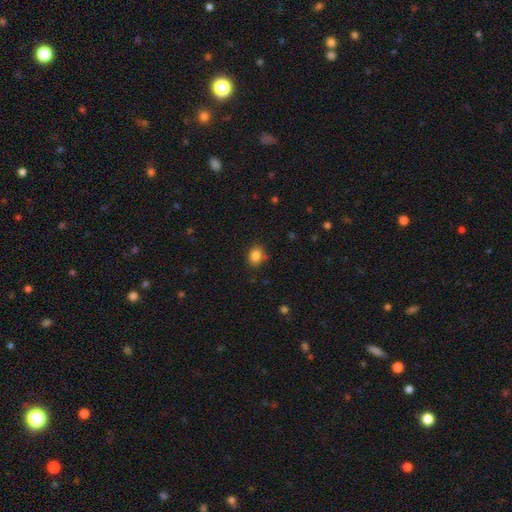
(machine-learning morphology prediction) Smooth or featured? Predicted: smooth (p=0.83). How rounded? Predicted: round (p=0.50). Merging? Predicted: none (p=0.79).